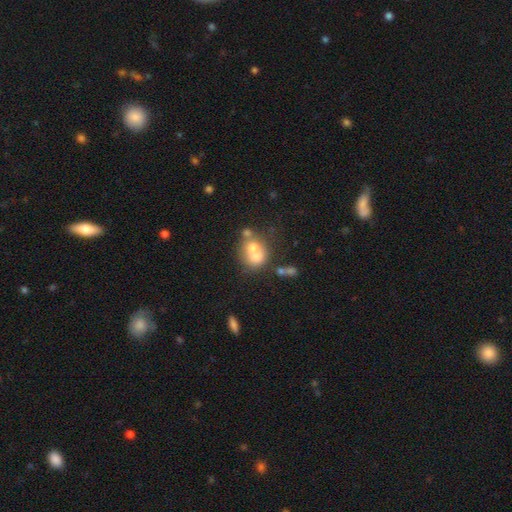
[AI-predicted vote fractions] smooth_or_featured: smooth (p=0.61) [alt: featured or disk p=0.27]
how_rounded: round (p=0.71) [alt: in between p=0.28]
merging: merger (p=0.61) [alt: none p=0.27]